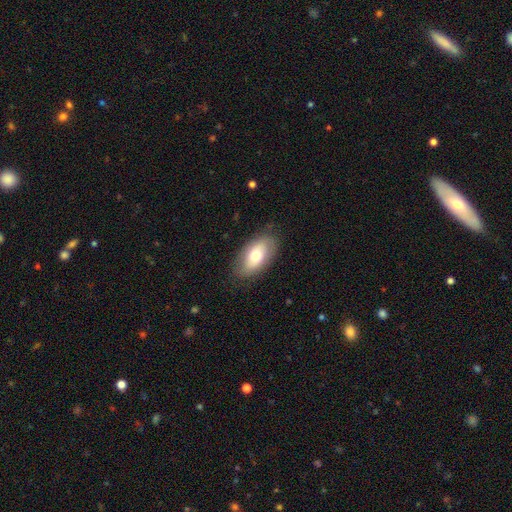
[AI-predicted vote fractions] Smooth or featured? Predicted: smooth (p=0.67). How rounded? Predicted: in between (p=0.93). Merging? Predicted: none (p=0.82).